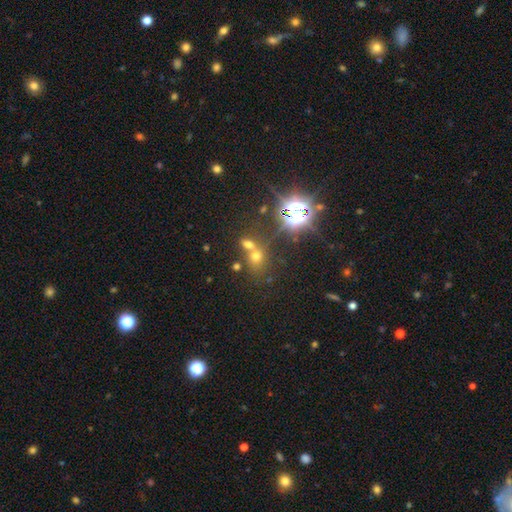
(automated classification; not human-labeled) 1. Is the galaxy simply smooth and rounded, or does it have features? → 48% smooth, 39% star or artifact, 13% featured or disk.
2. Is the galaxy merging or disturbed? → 44% merger (tied), 44% none (tied), 8% minor disturbance, 4% major disturbance.